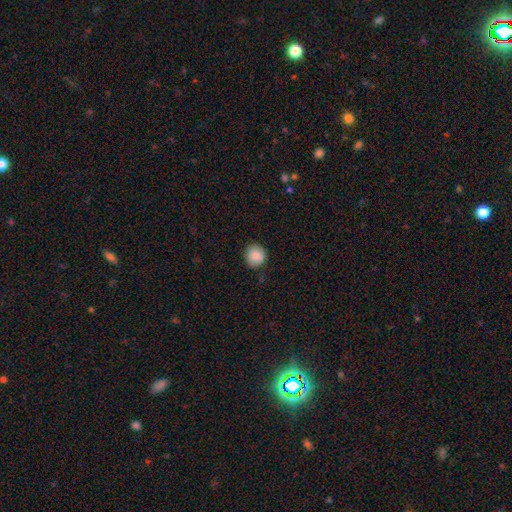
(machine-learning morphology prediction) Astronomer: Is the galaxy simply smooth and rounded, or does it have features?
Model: smooth — 86%.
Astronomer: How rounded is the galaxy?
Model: round — 90%.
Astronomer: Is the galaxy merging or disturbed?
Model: none — 84%.